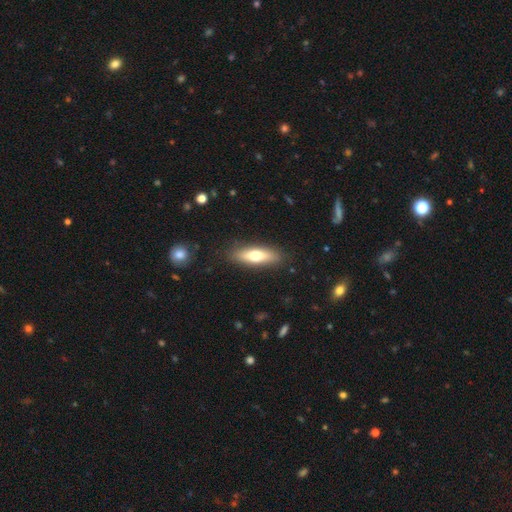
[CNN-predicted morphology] Overall: smooth (64%; featured or disk 30%). How rounded: cigar-shaped (53%; in between 44%). Merging: none (87%).